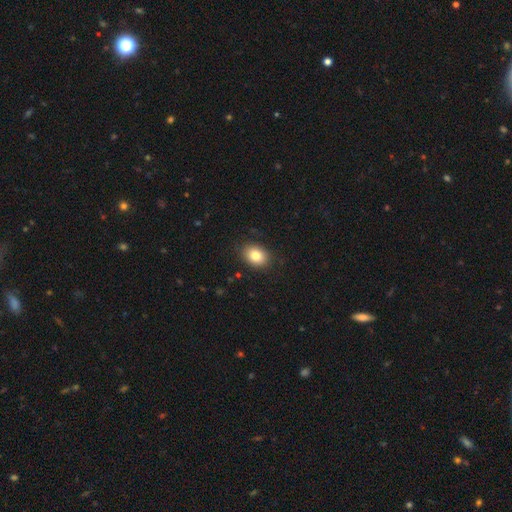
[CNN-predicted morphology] A smooth galaxy with no disk features (81%) that is in between round and cigar-shaped (66%).

Vote fractions:
- Smooth or featured? smooth: 81% / featured or disk: 10% / star or artifact: 9%
- How rounded? in between: 66% / round: 33% / cigar-shaped: 1%
- Merging? none: 87% / minor disturbance: 9% / major disturbance: 2% / merger: 1%